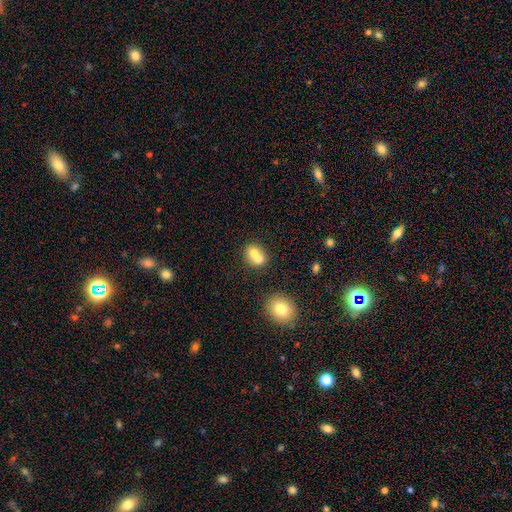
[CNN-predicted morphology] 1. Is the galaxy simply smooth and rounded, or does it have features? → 69% smooth, 21% featured or disk, 10% star or artifact.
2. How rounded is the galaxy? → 69% round, 30% in between, 1% cigar-shaped.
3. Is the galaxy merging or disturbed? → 63% merger, 29% none, 6% minor disturbance, 3% major disturbance.